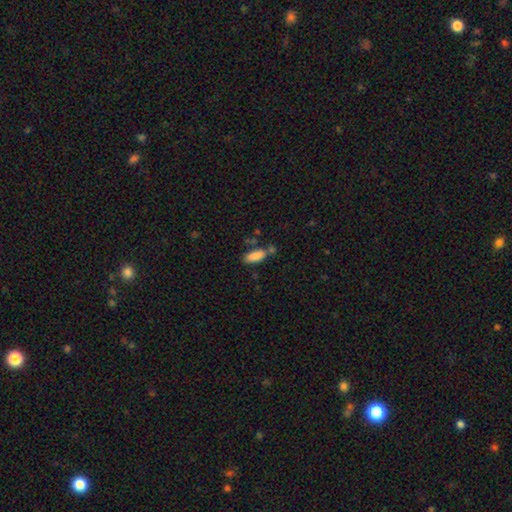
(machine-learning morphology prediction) Smooth or featured: smooth — 85% (star or artifact — 8%)
How rounded: in between — 80% (cigar-shaped — 18%)
Merging: none — 61% (minor disturbance — 18%)